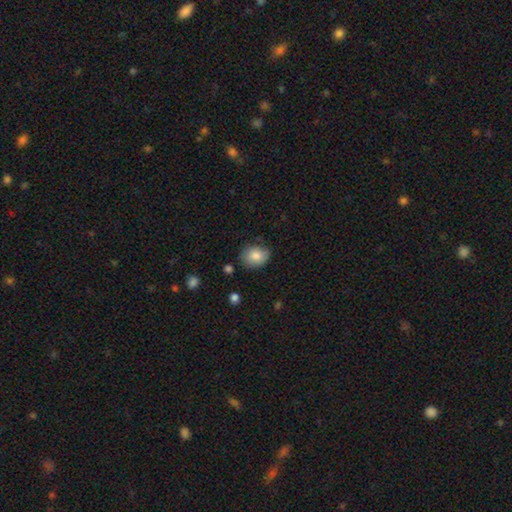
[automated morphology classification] Q: Smooth or featured?
A: smooth (83%); runner-up: featured or disk (9%)
Q: How rounded?
A: in between (51%); runner-up: round (48%)
Q: Merging?
A: none (73%); runner-up: minor disturbance (21%)